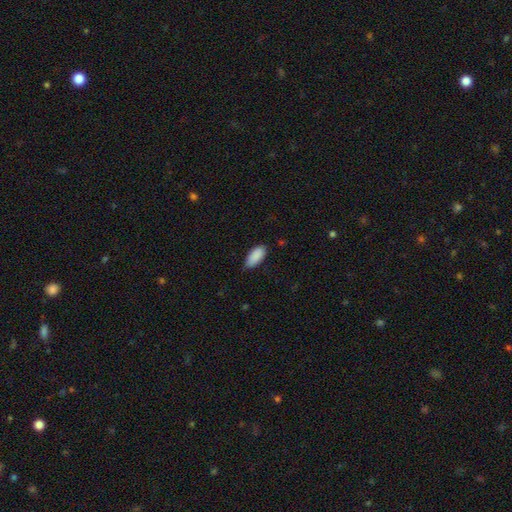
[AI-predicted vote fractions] Smooth or featured? Predicted: smooth (p=0.90). How rounded? Predicted: in between (p=0.90). Merging? Predicted: none (p=0.71).